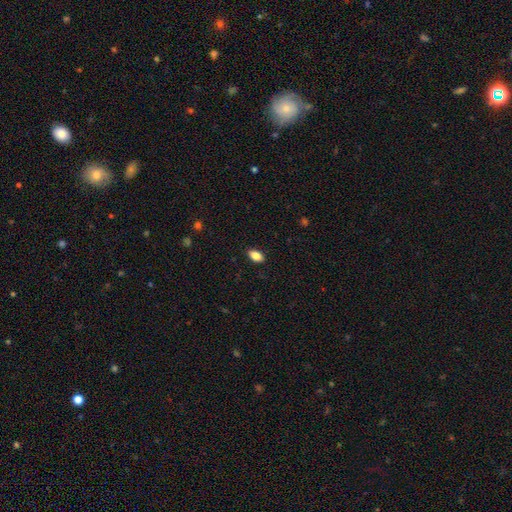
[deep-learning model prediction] smooth_or_featured: smooth (p=0.86) [alt: star or artifact p=0.08]
how_rounded: in between (p=0.90) [alt: round p=0.07]
merging: none (p=0.89) [alt: minor disturbance p=0.09]